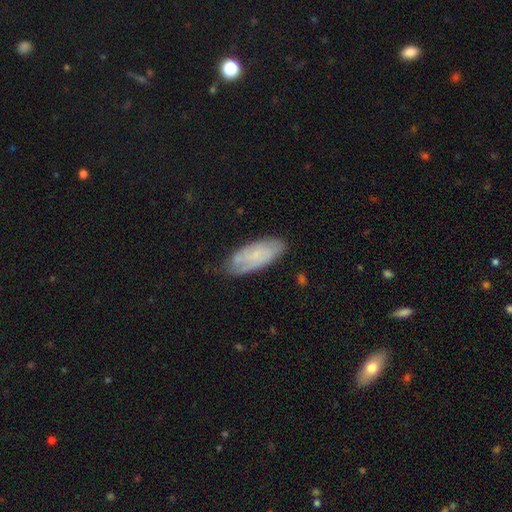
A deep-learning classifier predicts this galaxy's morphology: Smooth or featured: smooth — 50% (featured or disk — 42%)
Merging: none — 68% (minor disturbance — 24%)